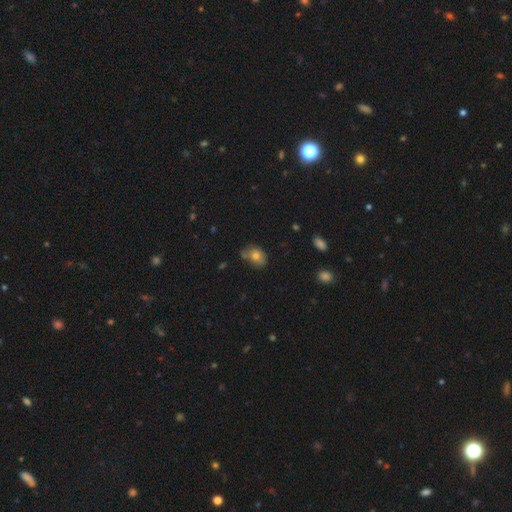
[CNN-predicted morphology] smooth-or-featured: smooth: 76% | featured or disk: 15% | star or artifact: 10%
  how-rounded: in between: 69% | round: 30% | cigar-shaped: 1%
  merging: none: 52% | minor disturbance: 30% | merger: 10% | major disturbance: 8%